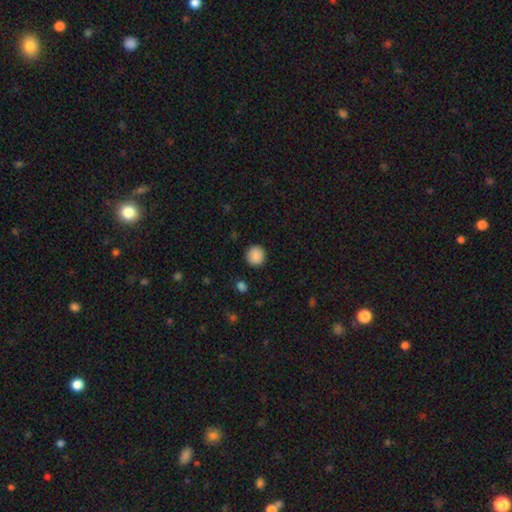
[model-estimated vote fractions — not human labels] A smooth galaxy with no disk features (89%) that is round (92%).

Vote fractions:
- Smooth or featured? smooth: 89% / star or artifact: 8% / featured or disk: 3%
- How rounded? round: 92% / in between: 7% / cigar-shaped: 1%
- Merging? none: 91% / minor disturbance: 6% / major disturbance: 2% / merger: 1%